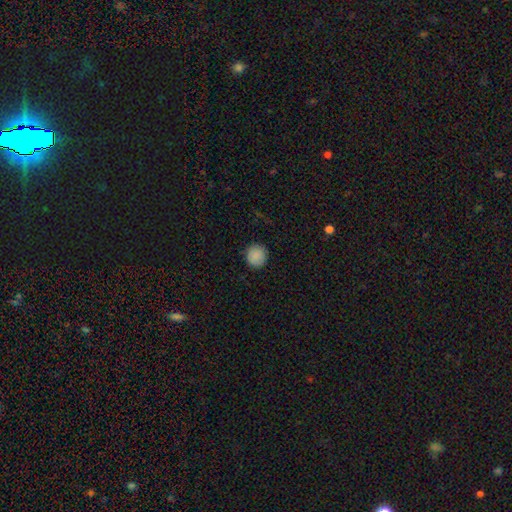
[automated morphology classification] type=smooth (89%); roundness=round (92%); merging=none (90%).